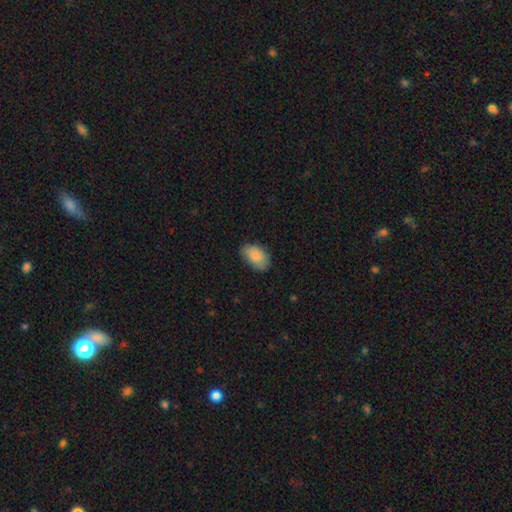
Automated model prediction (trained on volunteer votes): smooth_or_featured: smooth (p=0.83) [alt: featured or disk p=0.10]
how_rounded: in between (p=0.92) [alt: round p=0.07]
merging: none (p=0.77) [alt: minor disturbance p=0.19]